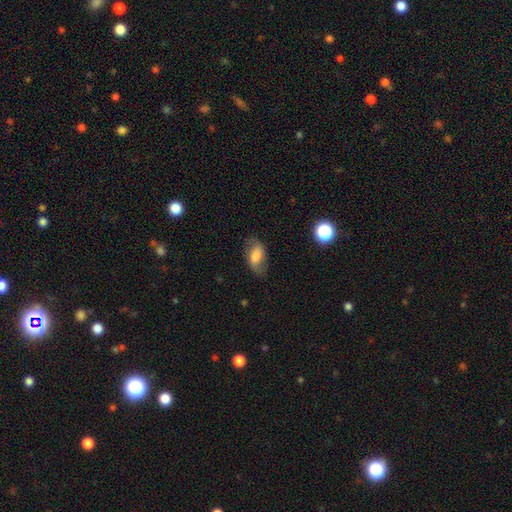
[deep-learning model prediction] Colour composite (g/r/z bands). It shows a smooth galaxy with no disk features (52%) that is in between round and cigar-shaped (88%). Merging: none (72%).